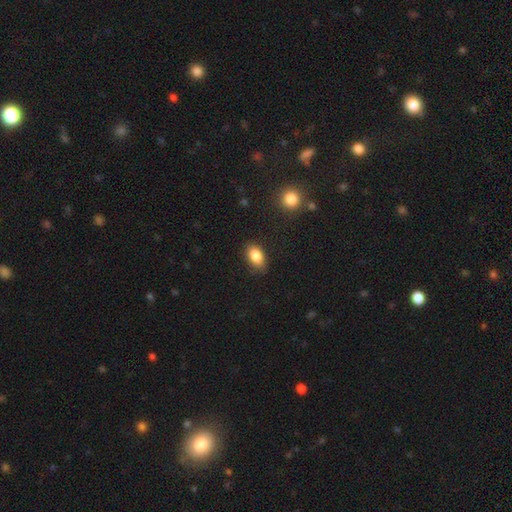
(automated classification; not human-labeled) Morphology: type=smooth (85%); roundness=in between (90%); merging=none (83%).